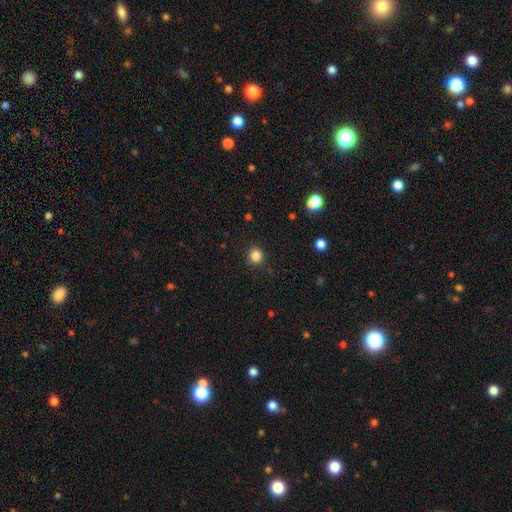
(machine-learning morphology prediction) A smooth galaxy with no disk features (84%) that is round (86%). Merging: none (90%).